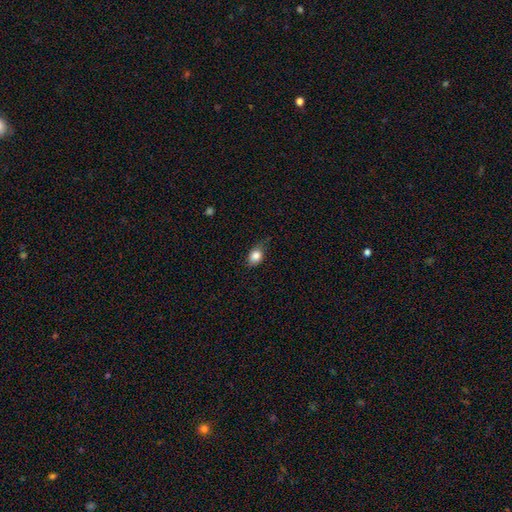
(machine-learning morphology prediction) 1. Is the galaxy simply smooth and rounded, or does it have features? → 83% smooth, 9% star or artifact, 8% featured or disk.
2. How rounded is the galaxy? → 63% in between, 35% round, 2% cigar-shaped.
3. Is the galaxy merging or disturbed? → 67% none, 26% minor disturbance, 6% major disturbance, 1% merger.